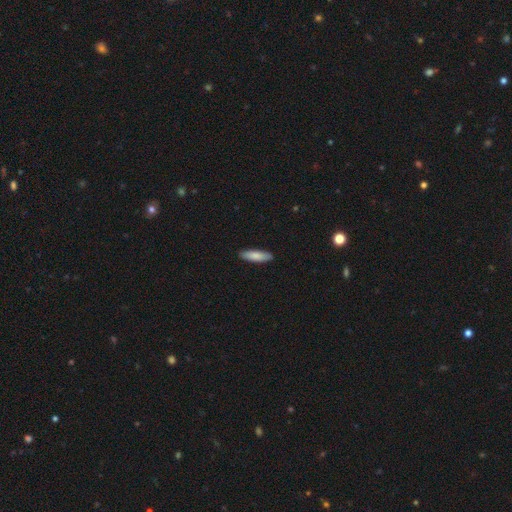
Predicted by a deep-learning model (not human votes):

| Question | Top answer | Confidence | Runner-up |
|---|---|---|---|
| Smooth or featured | smooth | 83% | featured or disk (12%) |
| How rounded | cigar-shaped | 62% | in between (37%) |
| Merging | none | 89% | minor disturbance (9%) |